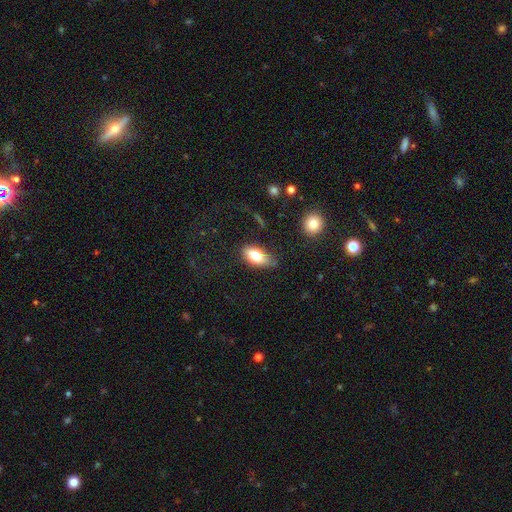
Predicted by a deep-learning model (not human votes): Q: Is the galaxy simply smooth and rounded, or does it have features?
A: smooth — 77%.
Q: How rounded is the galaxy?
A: in between — 89%.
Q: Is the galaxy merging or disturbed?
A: none — 68%.